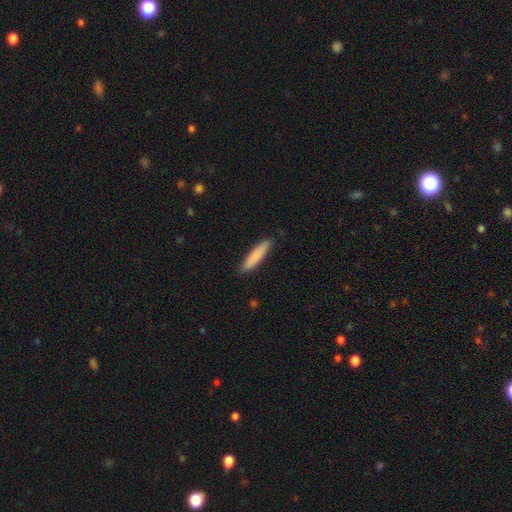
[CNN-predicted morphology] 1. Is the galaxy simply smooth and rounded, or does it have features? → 84% smooth, 10% featured or disk, 6% star or artifact.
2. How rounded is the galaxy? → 88% cigar-shaped, 11% in between, 1% round.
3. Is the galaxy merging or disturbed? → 89% none, 8% minor disturbance, 2% major disturbance, 1% merger.